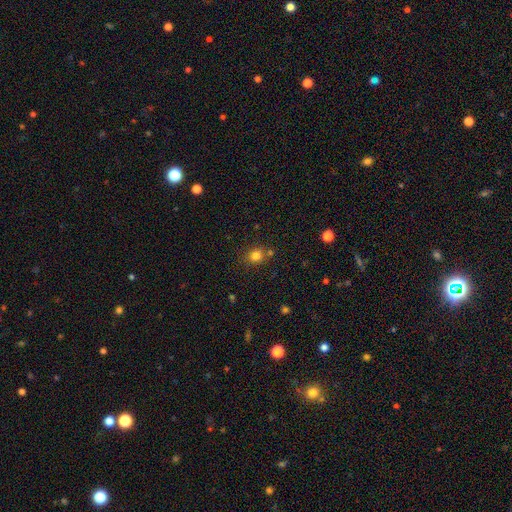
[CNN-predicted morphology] The model was most divided on "how rounded": round: 75%, in between: 24%, cigar-shaped: 1%. More confident: smooth or featured — smooth (80%); merging — none (74%).